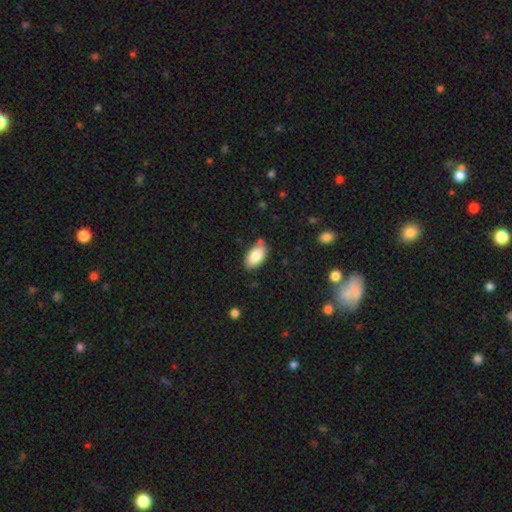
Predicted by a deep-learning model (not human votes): Q: Smooth or featured?
A: smooth (83%); runner-up: featured or disk (10%)
Q: How rounded?
A: in between (95%); runner-up: round (3%)
Q: Merging?
A: none (77%); runner-up: minor disturbance (17%)